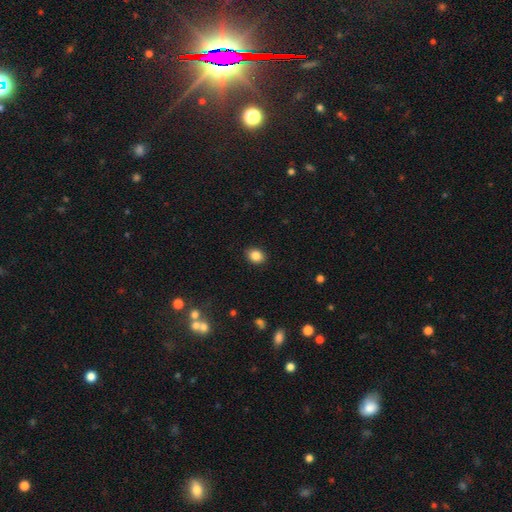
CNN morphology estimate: smooth_or_featured: smooth (p=0.86) [alt: star or artifact p=0.09]
how_rounded: in between (p=0.54) [alt: round p=0.45]
merging: none (p=0.89) [alt: minor disturbance p=0.08]